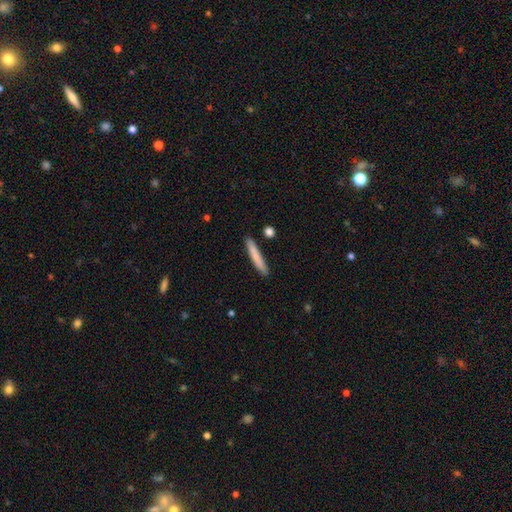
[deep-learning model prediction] A smooth galaxy with no disk features (79%) that is cigar-shaped (94%).

Vote fractions:
- Smooth or featured? smooth: 79% / featured or disk: 15% / star or artifact: 6%
- How rounded? cigar-shaped: 94% / in between: 4% / round: 1%
- Merging? none: 87% / minor disturbance: 9% / merger: 3% / major disturbance: 2%